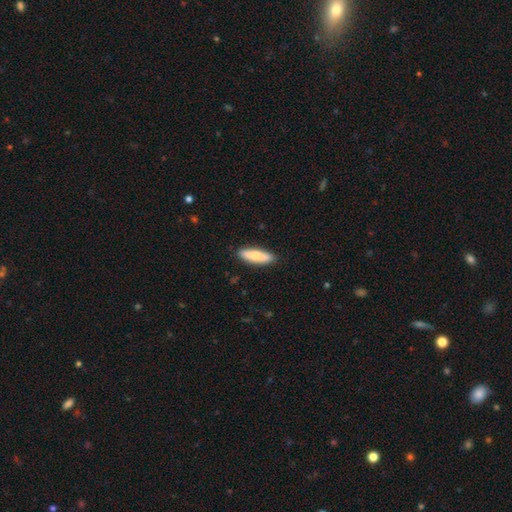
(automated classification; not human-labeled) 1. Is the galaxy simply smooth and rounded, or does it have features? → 77% smooth, 17% featured or disk, 5% star or artifact.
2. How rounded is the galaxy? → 64% cigar-shaped, 35% in between, 2% round.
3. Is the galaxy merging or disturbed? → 89% none, 8% minor disturbance, 2% major disturbance, 1% merger.